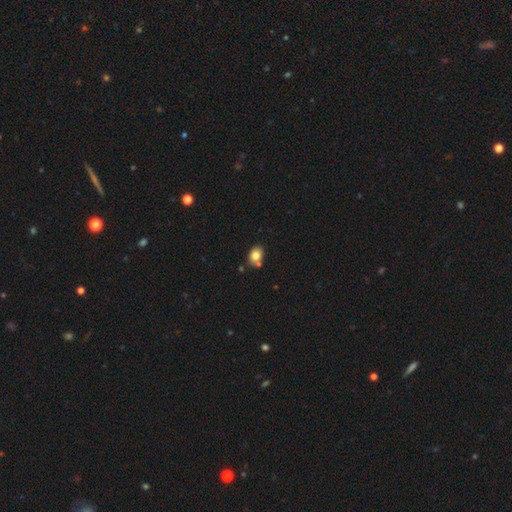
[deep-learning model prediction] Q: Smooth or featured?
A: smooth (80%); runner-up: featured or disk (10%)
Q: How rounded?
A: in between (62%); runner-up: round (37%)
Q: Merging?
A: none (66%); runner-up: merger (17%)